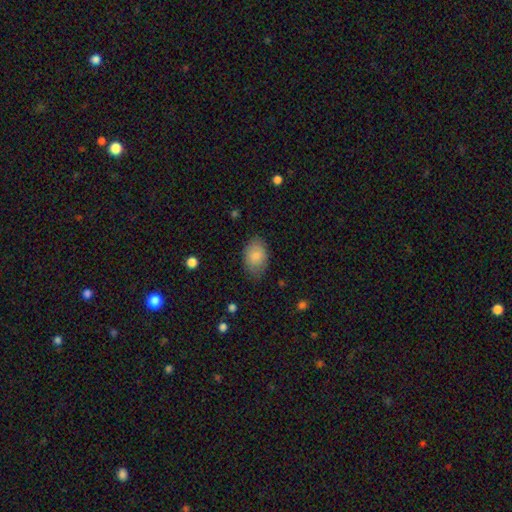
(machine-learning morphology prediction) A smooth galaxy with no disk features (85%) that is in between round and cigar-shaped (86%).

Vote fractions:
- Smooth or featured? smooth: 85% / featured or disk: 9% / star or artifact: 7%
- How rounded? in between: 86% / round: 13% / cigar-shaped: 1%
- Merging? none: 75% / minor disturbance: 19% / major disturbance: 5% / merger: 1%